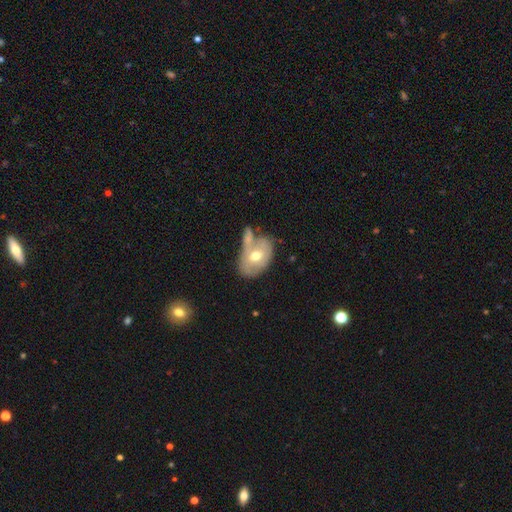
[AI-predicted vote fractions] Morphology: type=smooth (50%); merging=none (39%).